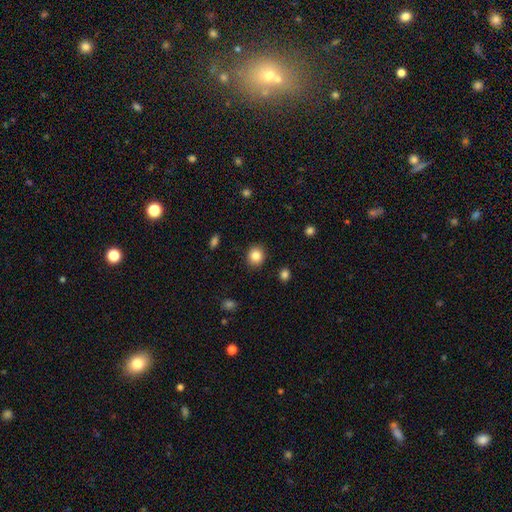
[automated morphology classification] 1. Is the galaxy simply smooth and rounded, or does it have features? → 85% smooth, 10% star or artifact, 5% featured or disk.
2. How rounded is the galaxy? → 81% round, 18% in between, 1% cigar-shaped.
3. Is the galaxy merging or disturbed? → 90% none, 7% minor disturbance, 2% major disturbance, 1% merger.